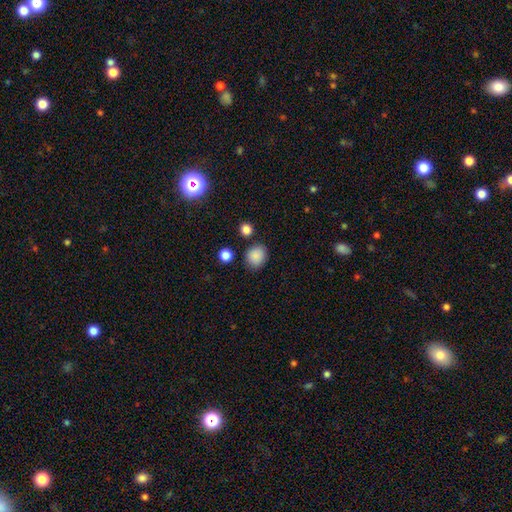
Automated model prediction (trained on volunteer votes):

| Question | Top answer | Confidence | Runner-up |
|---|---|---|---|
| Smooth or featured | smooth | 86% | star or artifact (10%) |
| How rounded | round | 66% | in between (33%) |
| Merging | none | 82% | minor disturbance (11%) |